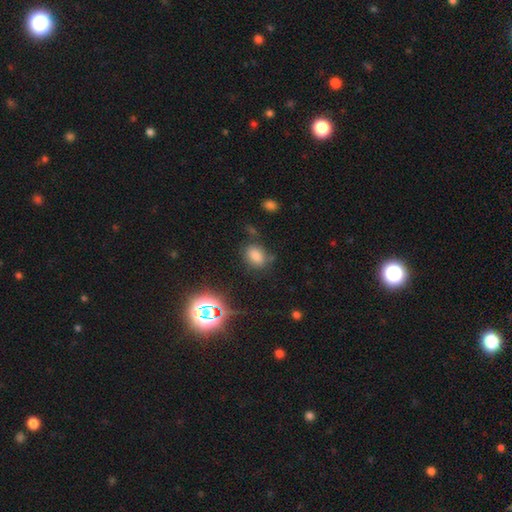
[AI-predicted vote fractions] Overall: smooth (75%). How rounded: in between (75%). Merging: none (70%).